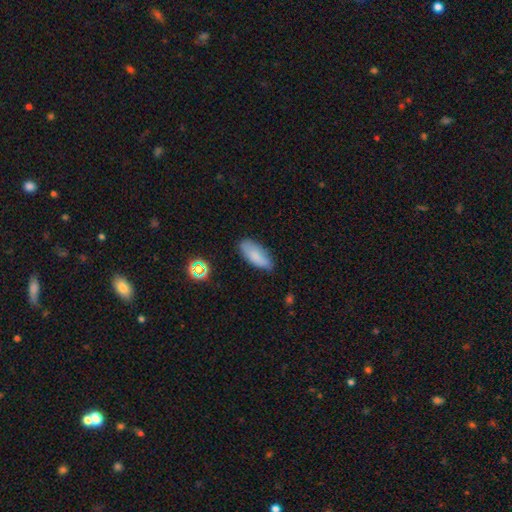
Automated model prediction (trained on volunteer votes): smooth-or-featured: smooth: 81% | featured or disk: 11% | star or artifact: 9%
  how-rounded: in between: 81% | cigar-shaped: 17% | round: 2%
  merging: none: 76% | minor disturbance: 19% | major disturbance: 3% | merger: 2%